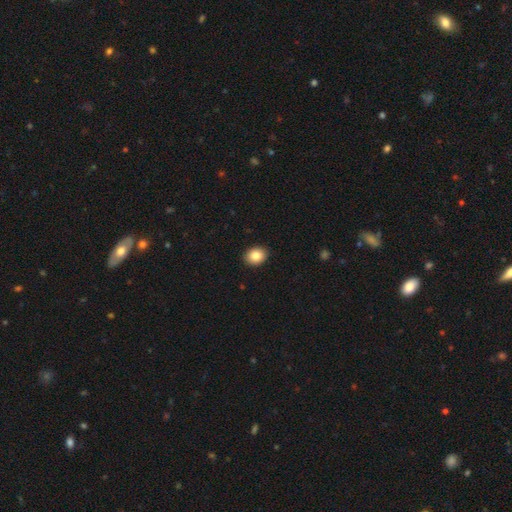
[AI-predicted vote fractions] smooth 85%, star or artifact 8%, featured or disk 7%. Down the decision tree: how rounded — in between (57%); merging — none (91%).